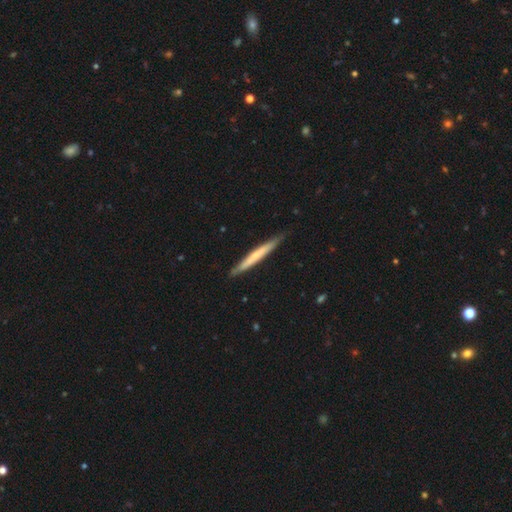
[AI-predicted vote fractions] The model was most divided on "smooth or featured": smooth: 50%, featured or disk: 44%, star or artifact: 5%. More confident: how rounded — cigar-shaped (96%); merging — none (86%).